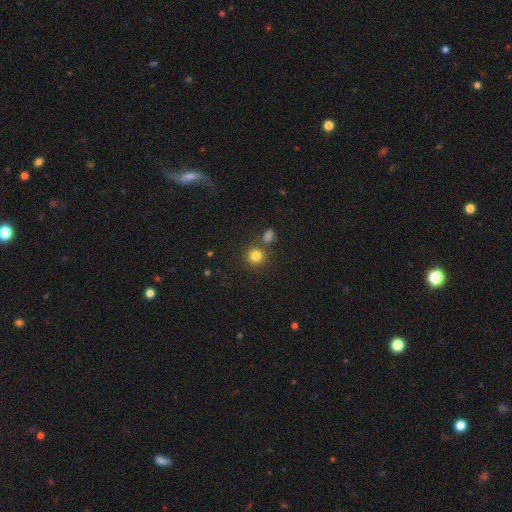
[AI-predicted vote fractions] Smooth or featured?
  - smooth: 82% *
  - star or artifact: 13%
  - featured or disk: 6%
How rounded?
  - round: 92% *
  - in between: 7%
  - cigar-shaped: 1%
Merging?
  - none: 78% *
  - merger: 12%
  - minor disturbance: 8%
  - major disturbance: 3%